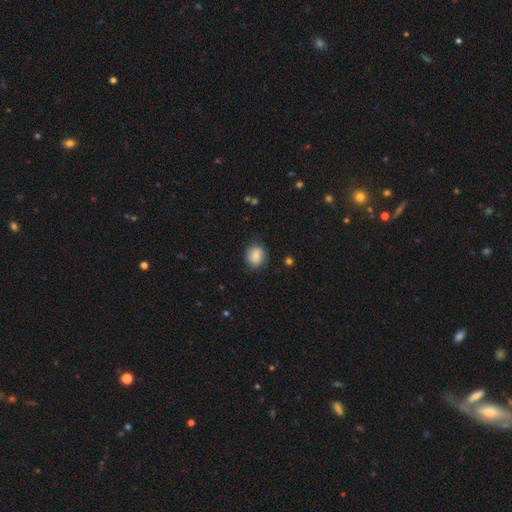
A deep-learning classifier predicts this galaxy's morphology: A smooth galaxy with no disk features (83%) that is round (64%).

Vote fractions:
- Smooth or featured? smooth: 83% / featured or disk: 9% / star or artifact: 8%
- How rounded? round: 64% / in between: 35% / cigar-shaped: 1%
- Merging? none: 80% / minor disturbance: 15% / major disturbance: 4% / merger: 1%